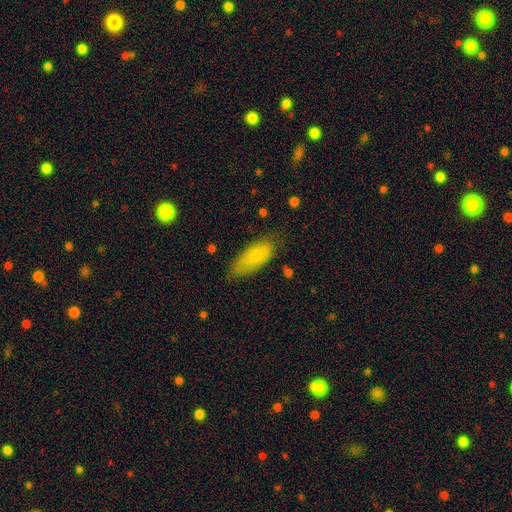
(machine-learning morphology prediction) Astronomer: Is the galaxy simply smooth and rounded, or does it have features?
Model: smooth — 79%.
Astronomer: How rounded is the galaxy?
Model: in between — 80%.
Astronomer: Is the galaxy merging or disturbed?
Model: none — 67%.